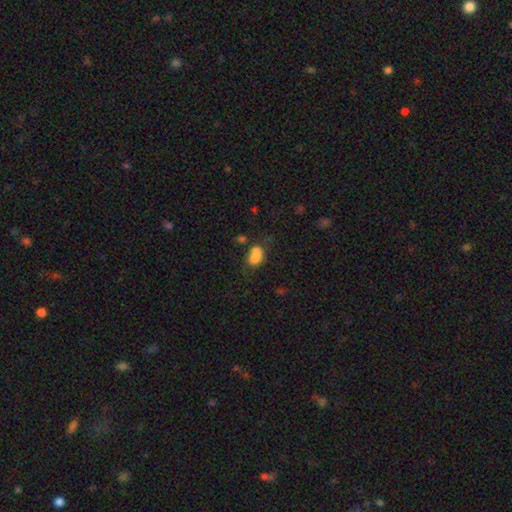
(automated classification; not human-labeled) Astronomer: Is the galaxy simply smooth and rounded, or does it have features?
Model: smooth — 76%.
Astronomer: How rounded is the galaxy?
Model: in between — 74%.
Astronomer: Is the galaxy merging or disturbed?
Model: none — 36% (runner-up: merger, 33%).